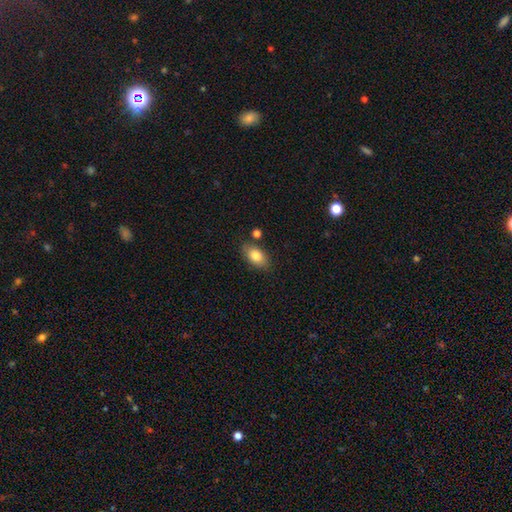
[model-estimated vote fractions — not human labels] Smooth or featured? smooth (82%)
How rounded? in between (89%)
Merging? none (78%)